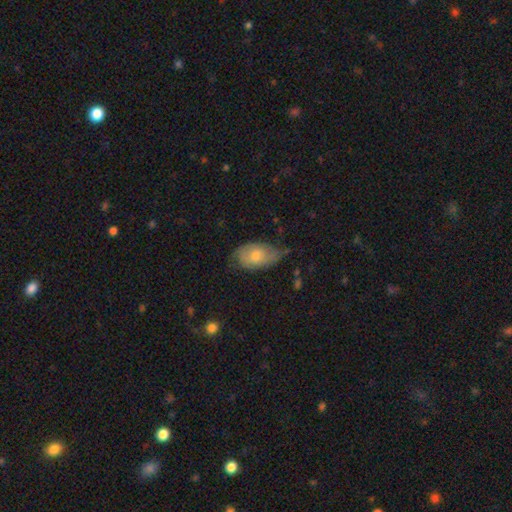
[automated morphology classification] type=smooth (63%); roundness=in between (91%); merging=none (46%).